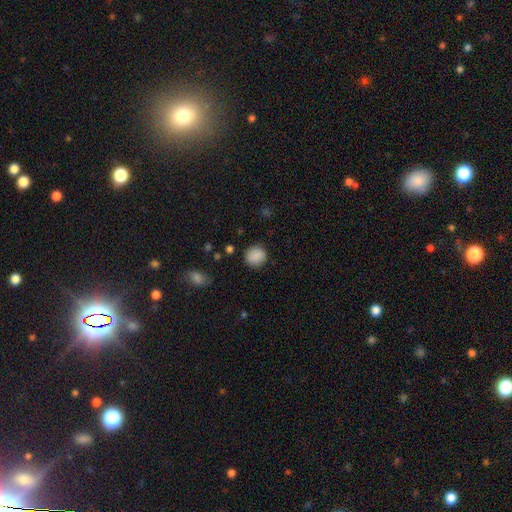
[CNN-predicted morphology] Smooth or featured? smooth (88%)
How rounded? round (85%)
Merging? none (85%)